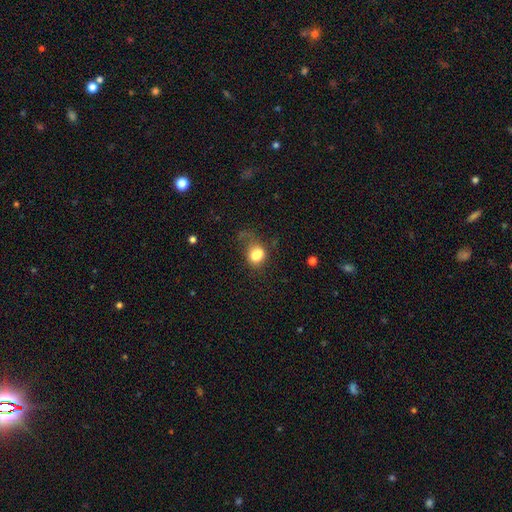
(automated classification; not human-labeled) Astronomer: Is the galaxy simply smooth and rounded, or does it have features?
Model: smooth — 80%.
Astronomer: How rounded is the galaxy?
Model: in between — 51% (runner-up: round, 48%).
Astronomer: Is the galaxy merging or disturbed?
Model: none — 36% (runner-up: major disturbance, 30%).